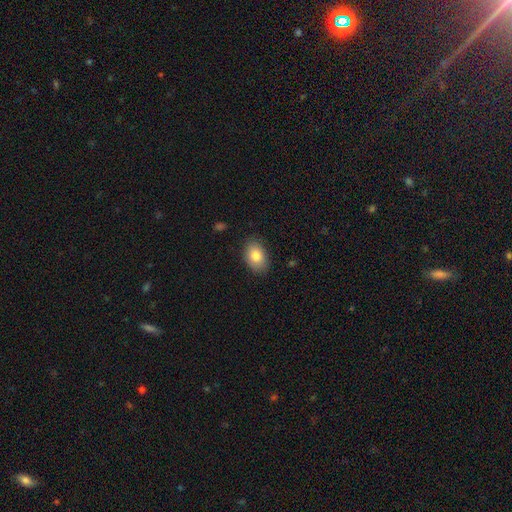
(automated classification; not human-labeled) Overall: smooth (82%). How rounded: in between (83%). Merging: none (85%).